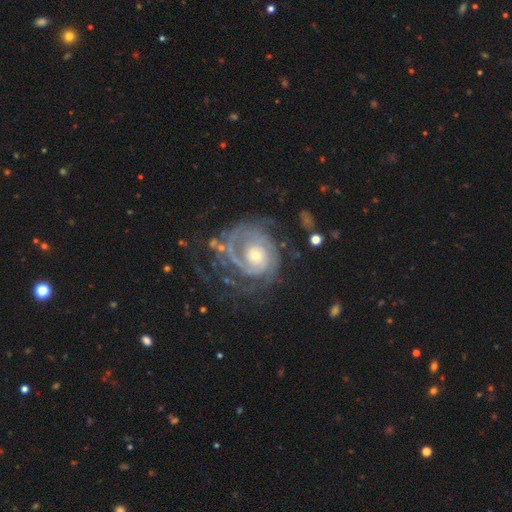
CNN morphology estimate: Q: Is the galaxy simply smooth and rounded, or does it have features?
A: featured or disk — 89%.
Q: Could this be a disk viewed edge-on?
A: no — 98%.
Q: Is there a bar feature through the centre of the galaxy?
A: no — 76%.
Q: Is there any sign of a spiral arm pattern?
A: yes — 96%.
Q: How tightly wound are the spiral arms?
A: tight — 71%.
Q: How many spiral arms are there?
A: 2 — 34%.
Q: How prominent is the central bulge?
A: small — 50%.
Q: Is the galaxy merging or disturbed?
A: none — 60%.